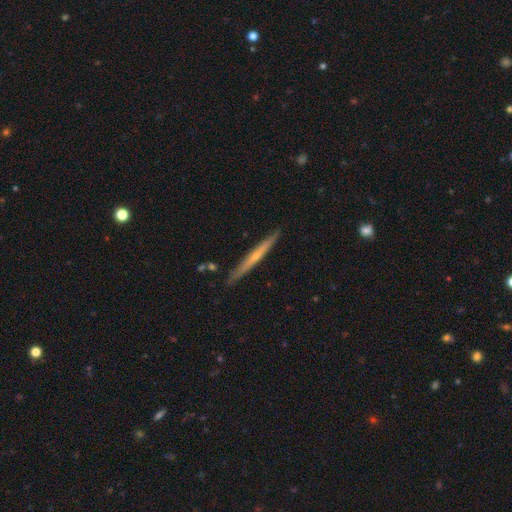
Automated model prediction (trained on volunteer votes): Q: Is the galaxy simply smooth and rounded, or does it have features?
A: featured or disk — 64%.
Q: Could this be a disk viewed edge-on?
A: yes — 97%.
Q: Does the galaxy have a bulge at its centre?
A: rounded — 58%.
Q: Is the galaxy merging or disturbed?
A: none — 89%.